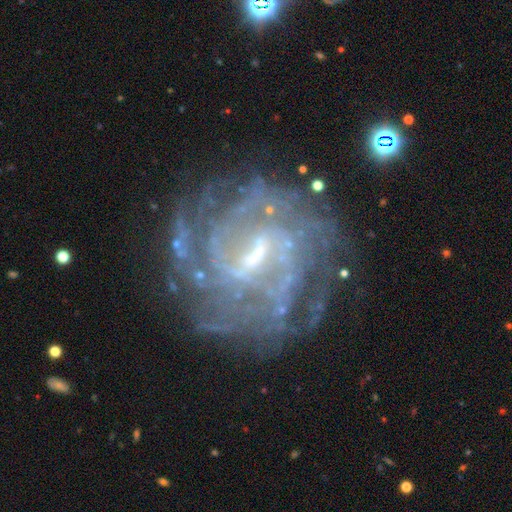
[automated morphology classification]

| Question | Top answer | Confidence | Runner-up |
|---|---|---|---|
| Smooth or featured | featured or disk | 90% | star or artifact (6%) |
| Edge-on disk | no | 98% | yes (2%) |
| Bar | weak | 53% | strong (33%) |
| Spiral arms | yes | 96% | no (4%) |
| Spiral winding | tight | 57% | medium (34%) |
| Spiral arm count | can't tell | 30% | 2 (21%) |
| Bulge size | small | 65% | moderate (24%) |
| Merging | none | 70% | minor disturbance (16%) |